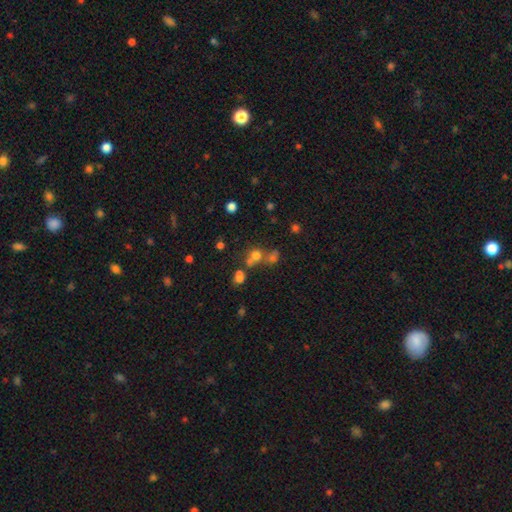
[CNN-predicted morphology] smooth_or_featured: smooth (p=0.54) [alt: star or artifact p=0.31]
how_rounded: round (p=0.81) [alt: in between p=0.17]
merging: none (p=0.45) [alt: merger p=0.40]